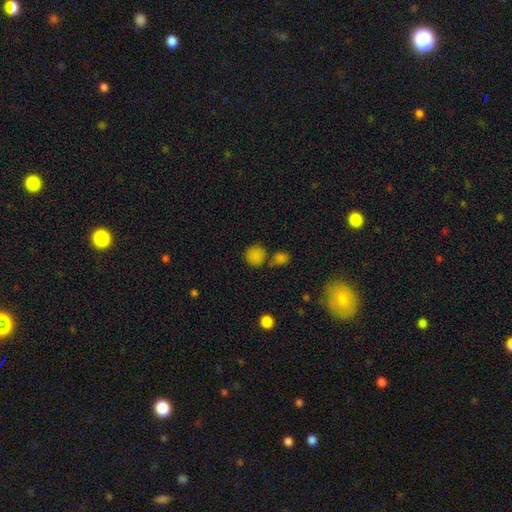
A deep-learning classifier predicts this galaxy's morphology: type=smooth (82%); roundness=round (84%); merging=none (62%).